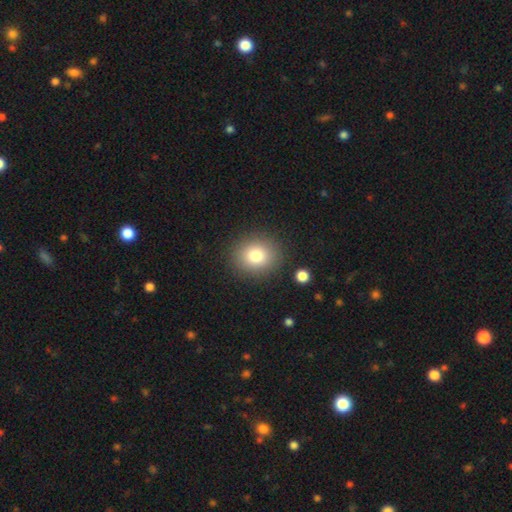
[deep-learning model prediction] smooth_or_featured: smooth (p=0.79) [alt: star or artifact p=0.12]
how_rounded: round (p=0.77) [alt: in between p=0.22]
merging: none (p=0.88) [alt: minor disturbance p=0.07]